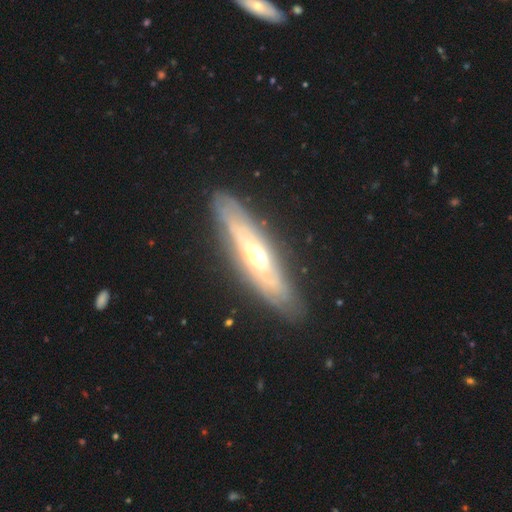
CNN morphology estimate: The model was most divided on "edge-on disk" (2-way tie): no: 50%, yes: 50%. More confident: merging — none (82%); smooth or featured — featured or disk (76%).